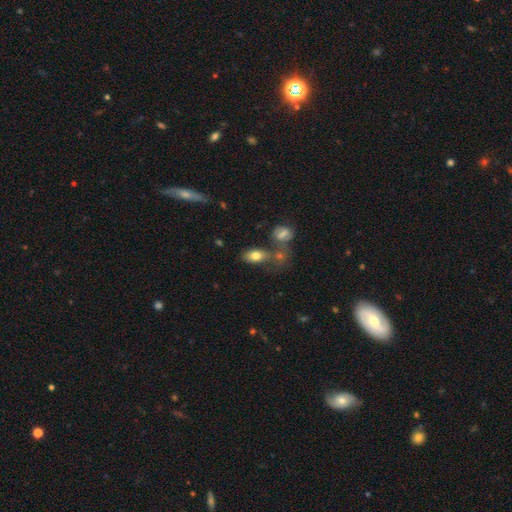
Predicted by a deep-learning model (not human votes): Morphology: type=smooth (78%); roundness=in between (88%); merging=none (53%).